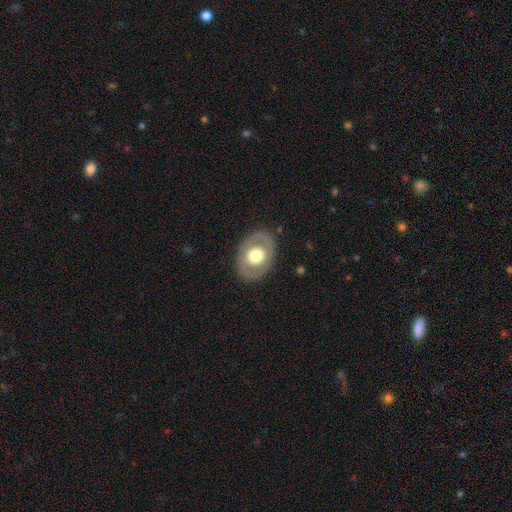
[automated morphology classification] Smooth or featured: featured or disk — 48% (smooth — 47%)
Merging: none — 83% (minor disturbance — 11%)